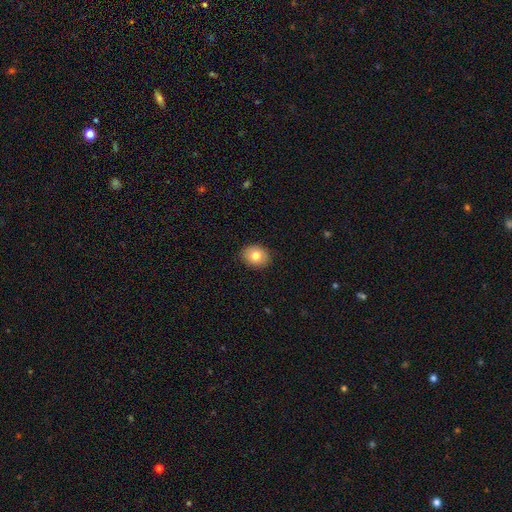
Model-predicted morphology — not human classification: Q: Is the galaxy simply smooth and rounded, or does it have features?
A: smooth — 80%.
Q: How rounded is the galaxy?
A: round — 55%.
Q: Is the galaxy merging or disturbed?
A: none — 89%.